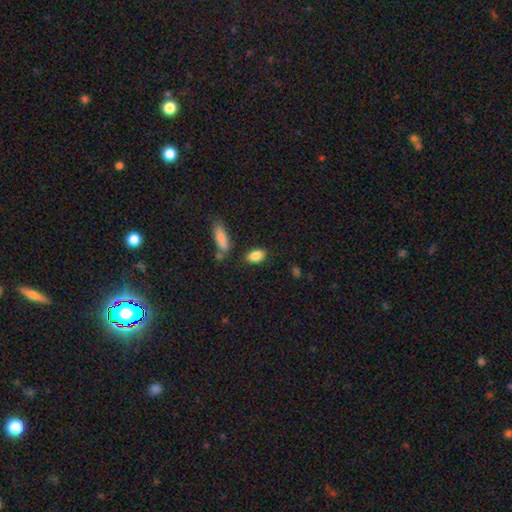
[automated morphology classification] Smooth or featured: smooth — 87% (star or artifact — 7%)
How rounded: in between — 88% (round — 8%)
Merging: none — 80% (minor disturbance — 12%)